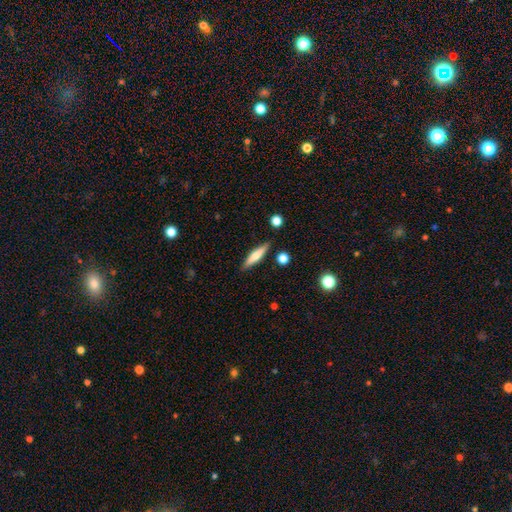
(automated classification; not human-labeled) smooth-or-featured: smooth: 61% | featured or disk: 33% | star or artifact: 7%
  how-rounded: cigar-shaped: 78% | in between: 20% | round: 2%
  merging: none: 86% | minor disturbance: 9% | merger: 2% | major disturbance: 2%